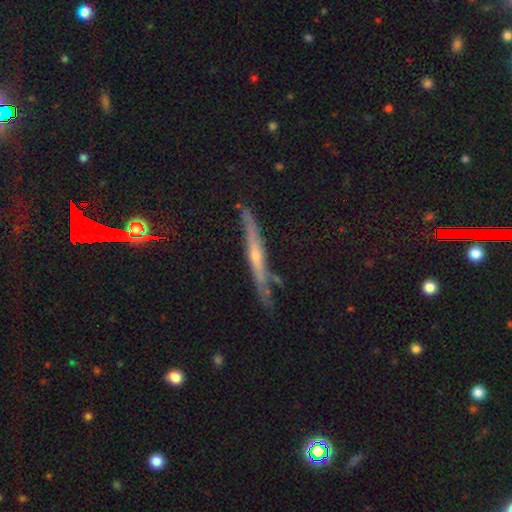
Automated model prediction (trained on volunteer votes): Smooth or featured: featured or disk — 67% (smooth — 26%)
Edge-on disk: yes — 93% (no — 7%)
Edge-on bulge: rounded — 60% (none — 35%)
Merging: none — 77% (minor disturbance — 16%)